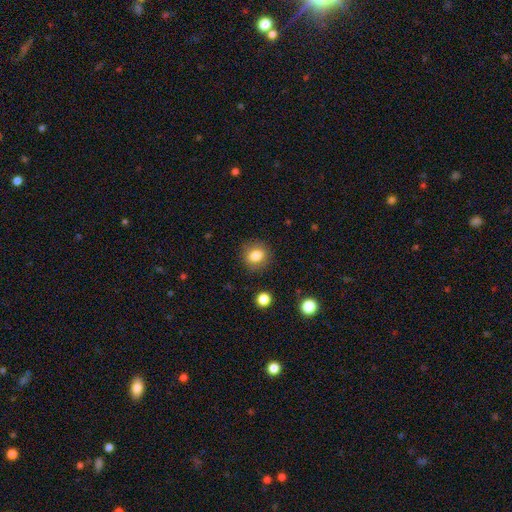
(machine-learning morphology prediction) Smooth or featured? Predicted: smooth (p=0.82). How rounded? Predicted: round (p=0.76). Merging? Predicted: none (p=0.87).